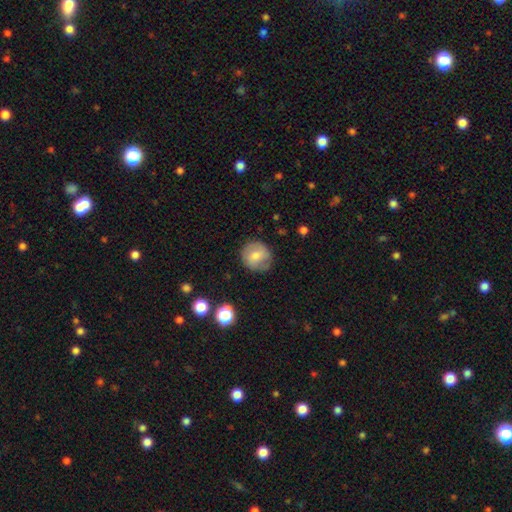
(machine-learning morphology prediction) smooth 61%, featured or disk 31%, star or artifact 8%. Down the decision tree: how rounded — round (87%); merging — none (78%).